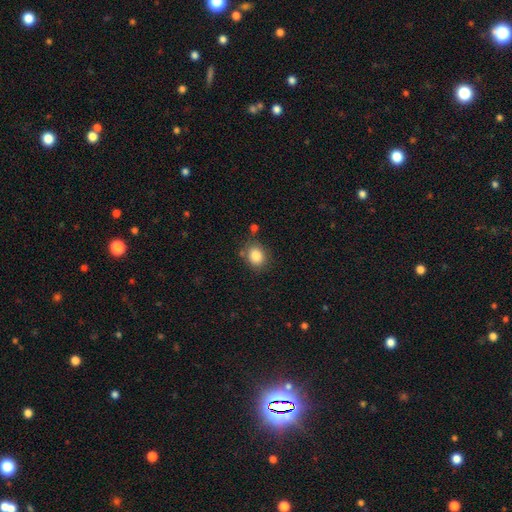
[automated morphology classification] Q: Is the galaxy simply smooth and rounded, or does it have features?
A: smooth — 84%.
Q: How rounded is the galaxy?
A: round — 60%.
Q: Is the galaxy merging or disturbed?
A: none — 76%.